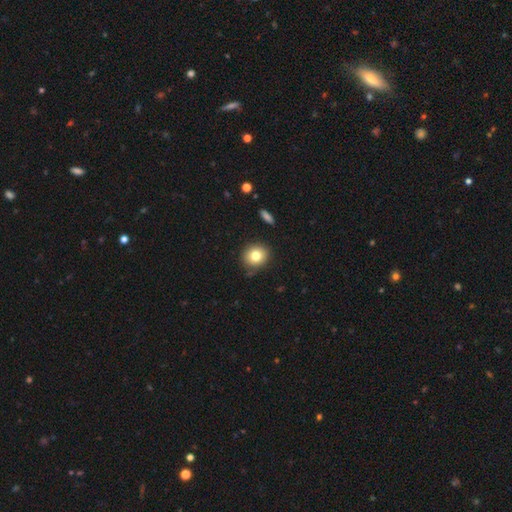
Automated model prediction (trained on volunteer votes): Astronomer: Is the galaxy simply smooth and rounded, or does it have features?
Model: smooth — 79%.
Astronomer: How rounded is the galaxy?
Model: round — 83%.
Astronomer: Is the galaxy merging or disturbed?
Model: none — 86%.